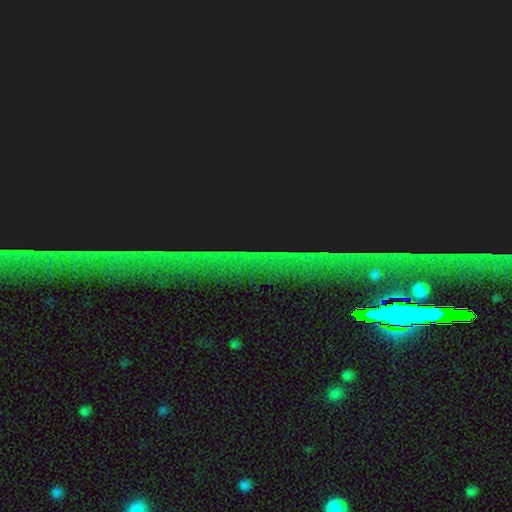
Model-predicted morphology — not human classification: Smooth or featured? star or artifact (84%)